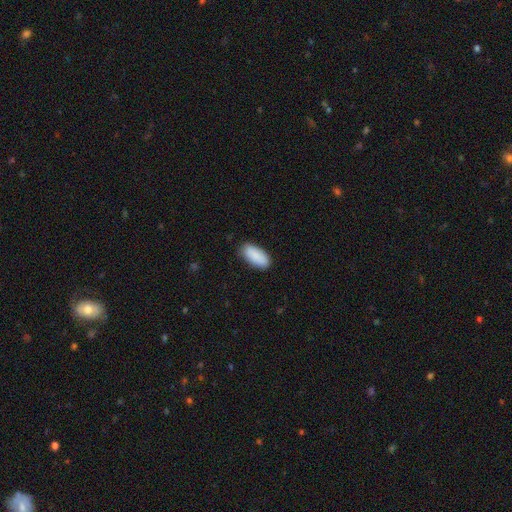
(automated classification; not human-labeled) This appears to be a smooth galaxy with no disk features (90%) that is in between round and cigar-shaped (91%). Merging: none (83%).